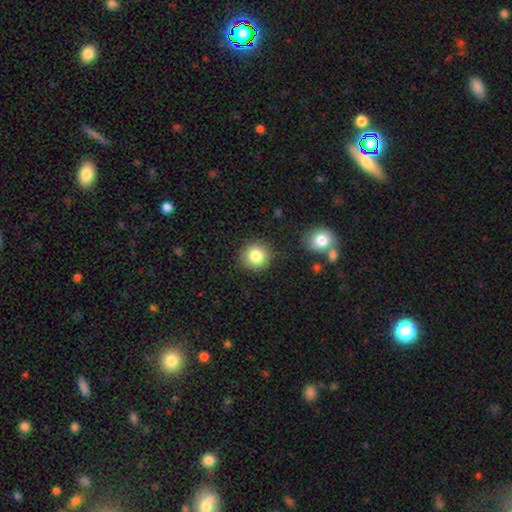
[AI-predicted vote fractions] smooth-or-featured: smooth: 82% | star or artifact: 10% | featured or disk: 8%
  how-rounded: round: 93% | in between: 7% | cigar-shaped: 1%
  merging: none: 87% | minor disturbance: 7% | merger: 3% | major disturbance: 3%